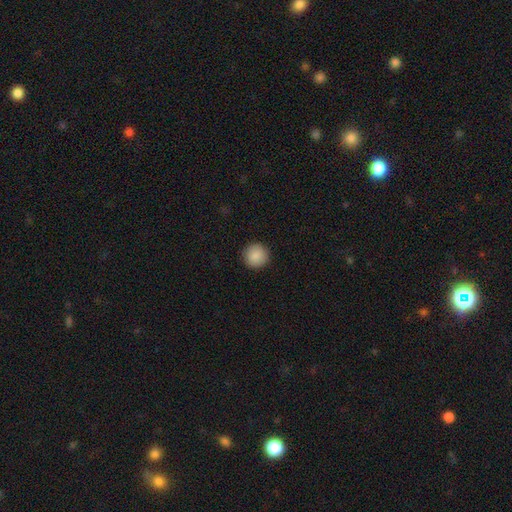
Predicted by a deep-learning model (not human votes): A smooth galaxy with no disk features (89%) that is round (95%).

Vote fractions:
- Smooth or featured? smooth: 89% / star or artifact: 8% / featured or disk: 3%
- How rounded? round: 95% / in between: 4% / cigar-shaped: 1%
- Merging? none: 92% / minor disturbance: 5% / major disturbance: 2% / merger: 1%